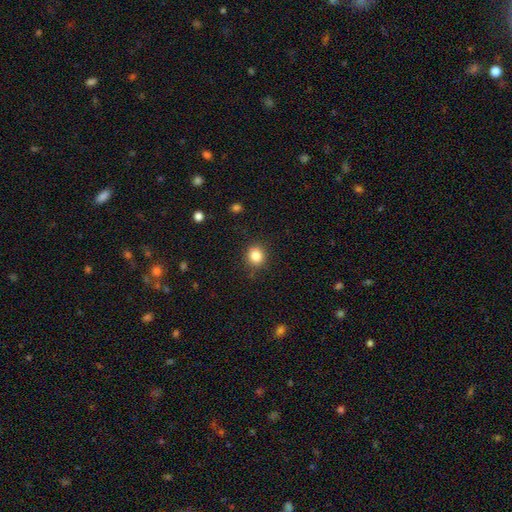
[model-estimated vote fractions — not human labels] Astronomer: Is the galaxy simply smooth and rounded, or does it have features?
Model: smooth — 84%.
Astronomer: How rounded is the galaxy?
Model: round — 83%.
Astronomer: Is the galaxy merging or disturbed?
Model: none — 88%.